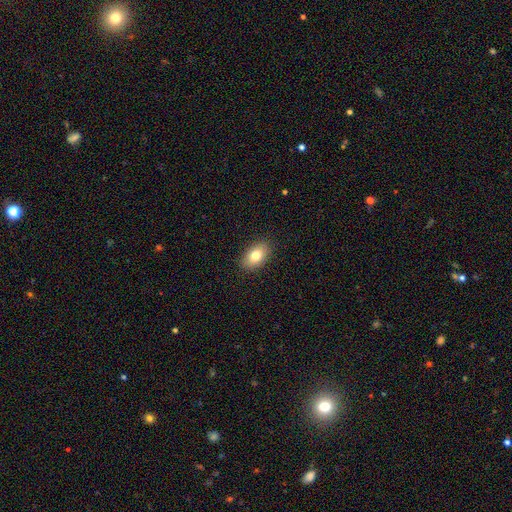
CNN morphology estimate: smooth_or_featured: smooth (p=0.80) [alt: featured or disk p=0.12]
how_rounded: in between (p=0.90) [alt: round p=0.08]
merging: none (p=0.89) [alt: minor disturbance p=0.08]